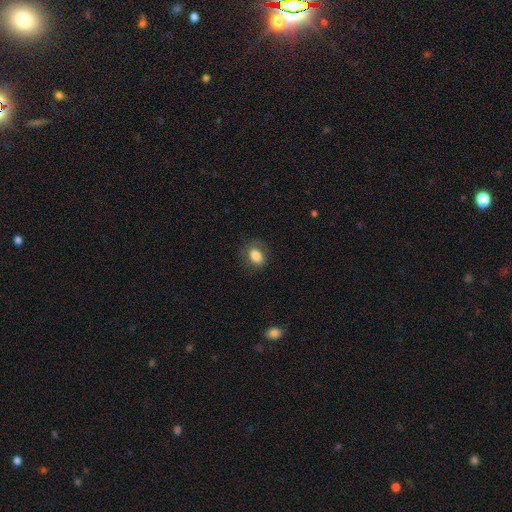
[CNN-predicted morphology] Q: Smooth or featured?
A: smooth (81%); runner-up: featured or disk (11%)
Q: How rounded?
A: in between (70%); runner-up: round (28%)
Q: Merging?
A: none (76%); runner-up: minor disturbance (16%)